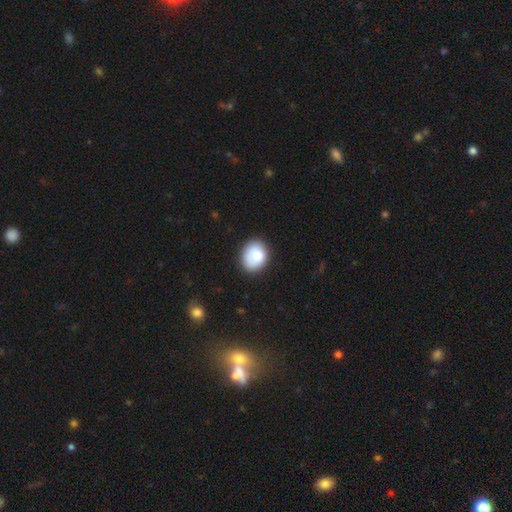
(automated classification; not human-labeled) A smooth galaxy with no disk features (79%) that is round (54%). Merging: none (73%).